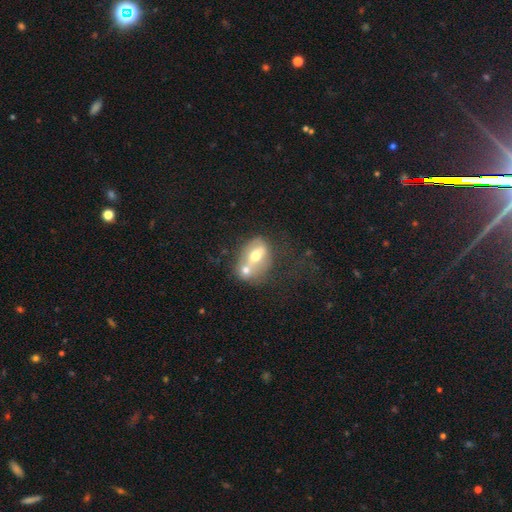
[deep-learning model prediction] Smooth or featured?
  - smooth: 53% *
  - featured or disk: 39%
  - star or artifact: 8%
How rounded?
  - in between: 67% *
  - round: 30%
  - cigar-shaped: 3%
Merging?
  - merger: 63% *
  - none: 20%
  - minor disturbance: 10%
  - major disturbance: 7%